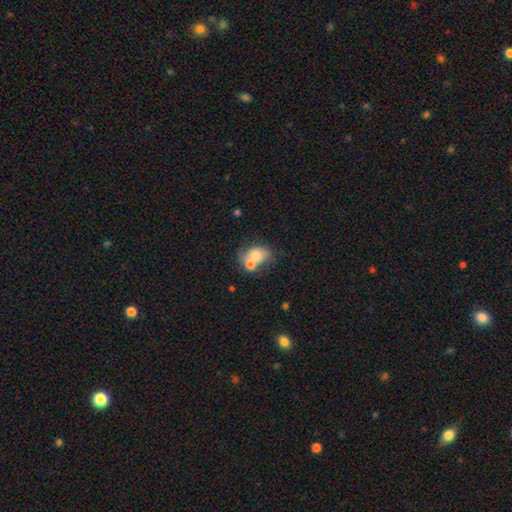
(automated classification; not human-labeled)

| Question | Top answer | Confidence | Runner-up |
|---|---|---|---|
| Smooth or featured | smooth | 67% | featured or disk (23%) |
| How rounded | in between | 65% | round (33%) |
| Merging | merger | 46% | none (32%) |